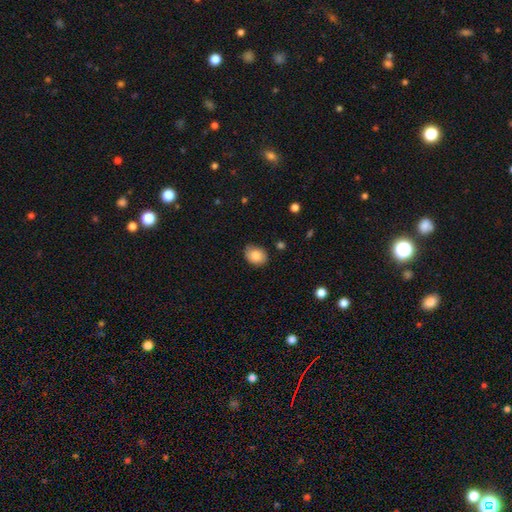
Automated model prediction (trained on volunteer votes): The model was most divided on "how rounded": in between: 60%, round: 39%, cigar-shaped: 1%. More confident: smooth or featured — smooth (86%); merging — none (80%).